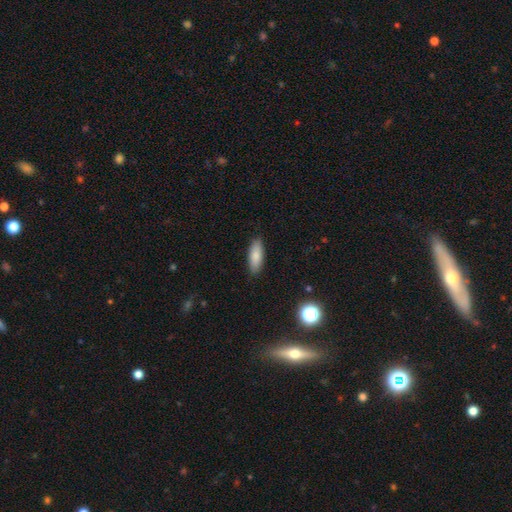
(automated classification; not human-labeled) Smooth or featured? smooth (85%)
How rounded? in between (67%)
Merging? none (89%)